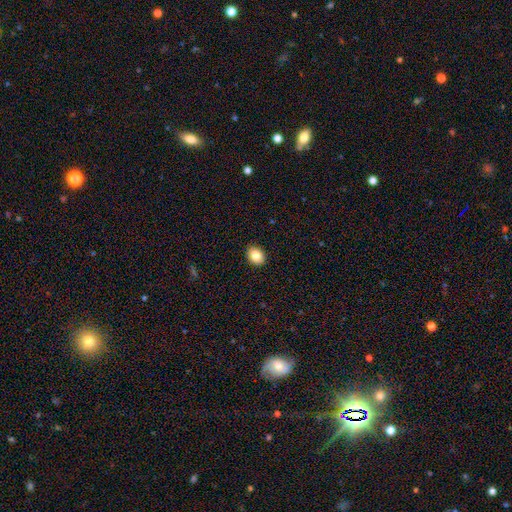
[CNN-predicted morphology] Smooth or featured? smooth (85%)
How rounded? in between (52%)
Merging? none (91%)